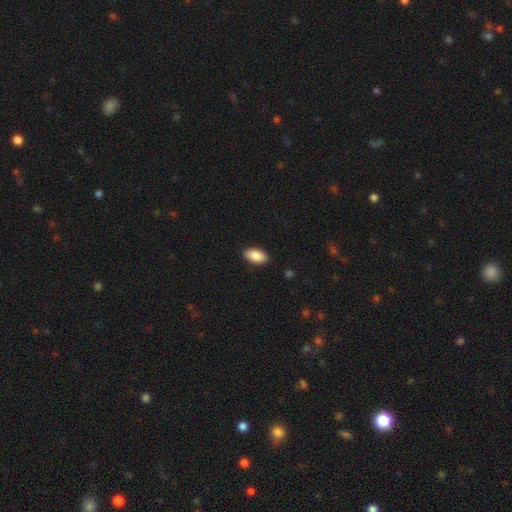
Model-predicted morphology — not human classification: Smooth or featured?
  - smooth: 88% *
  - star or artifact: 6%
  - featured or disk: 6%
How rounded?
  - in between: 94% *
  - cigar-shaped: 4%
  - round: 3%
Merging?
  - none: 90% *
  - minor disturbance: 8%
  - major disturbance: 2%
  - merger: 1%